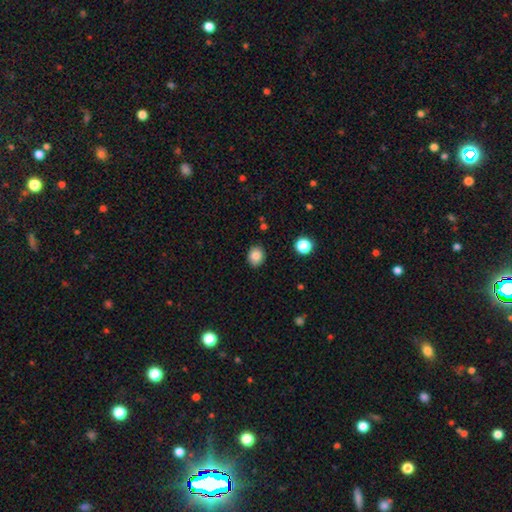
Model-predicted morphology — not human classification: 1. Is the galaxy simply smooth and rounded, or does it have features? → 85% smooth, 10% star or artifact, 5% featured or disk.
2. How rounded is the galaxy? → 60% round, 39% in between, 1% cigar-shaped.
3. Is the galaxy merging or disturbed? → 88% none, 9% minor disturbance, 2% major disturbance, 1% merger.